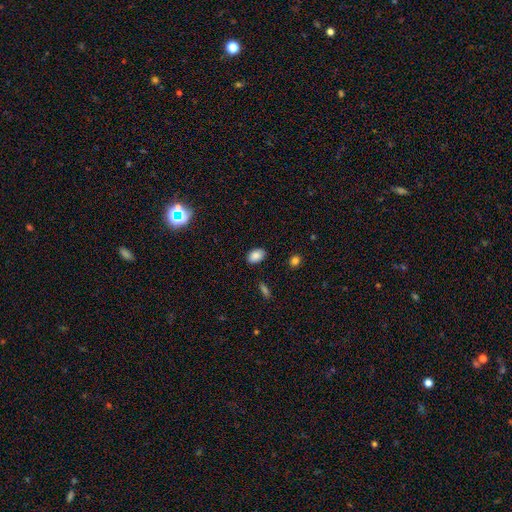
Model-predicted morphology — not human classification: The model was most divided on "how rounded": in between: 86%, round: 13%, cigar-shaped: 1%. More confident: merging — none (87%); smooth or featured — smooth (87%).